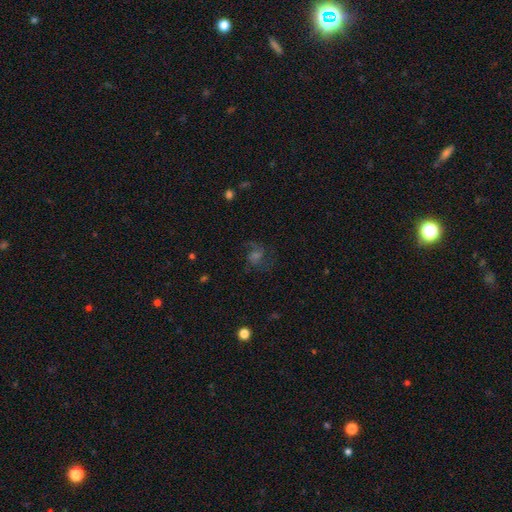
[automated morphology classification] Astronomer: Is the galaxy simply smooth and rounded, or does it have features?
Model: featured or disk — 50% (runner-up: star or artifact, 25%).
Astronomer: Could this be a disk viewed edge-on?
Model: no — 97%.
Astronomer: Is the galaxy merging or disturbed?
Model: none — 65%.